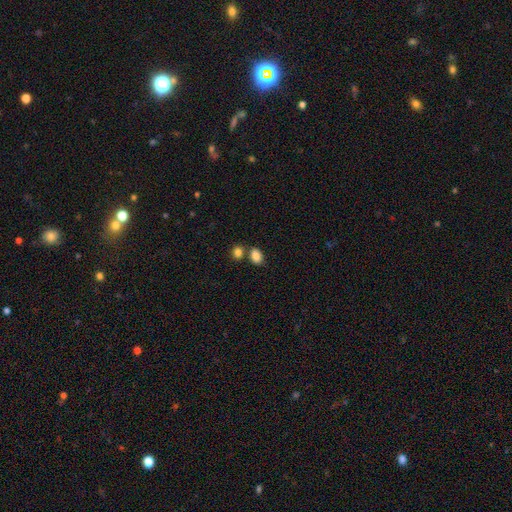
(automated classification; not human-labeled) Smooth or featured?
  - smooth: 86% *
  - star or artifact: 9%
  - featured or disk: 5%
How rounded?
  - in between: 70% *
  - round: 28%
  - cigar-shaped: 1%
Merging?
  - none: 62% *
  - merger: 24%
  - minor disturbance: 11%
  - major disturbance: 3%